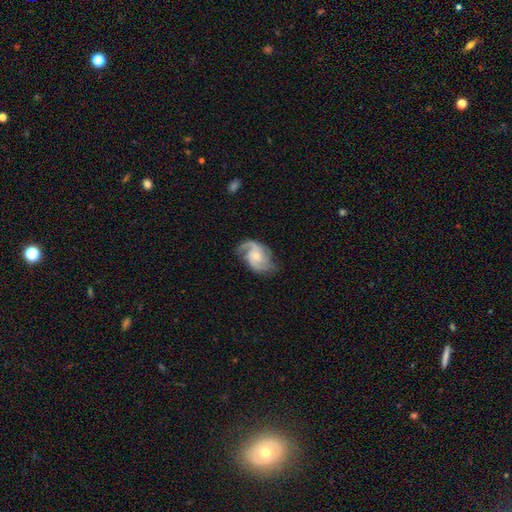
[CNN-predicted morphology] smooth_or_featured: featured or disk (p=0.87) [alt: smooth p=0.08]
disk_edge_on: no (p=0.98) [alt: yes p=0.02]
bar: no (p=0.62) [alt: weak p=0.32]
has_spiral_arms: yes (p=0.97) [alt: no p=0.03]
spiral_winding: medium (p=0.51) [alt: tight p=0.27]
spiral_arm_count: 2 (p=0.58) [alt: 3 p=0.24]
bulge_size: small (p=0.56) [alt: moderate p=0.39]
merging: none (p=0.70) [alt: minor disturbance p=0.20]